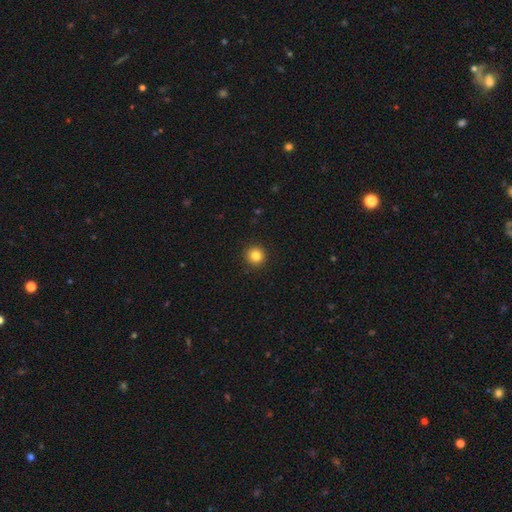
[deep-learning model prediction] This appears to be a smooth galaxy with no disk features (83%) that is round (95%). Merging: none (93%).